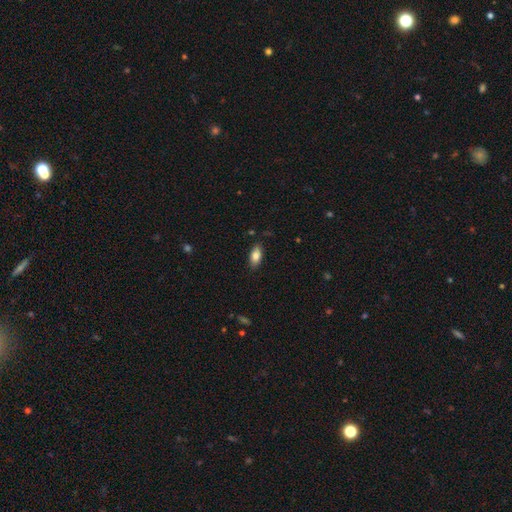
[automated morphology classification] Q: Smooth or featured?
A: smooth (83%); runner-up: featured or disk (10%)
Q: How rounded?
A: in between (89%); runner-up: cigar-shaped (9%)
Q: Merging?
A: none (86%); runner-up: minor disturbance (10%)